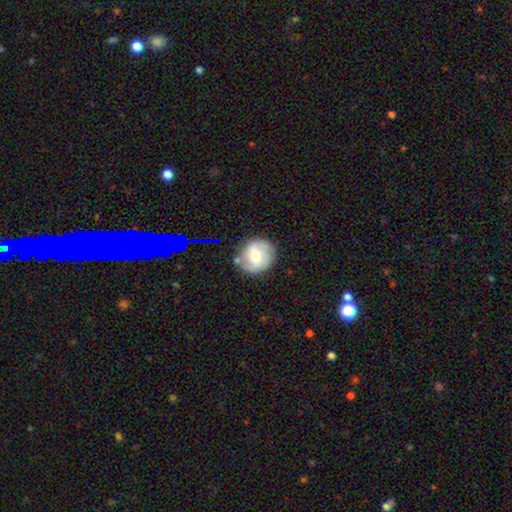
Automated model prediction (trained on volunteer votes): This appears to be a featured or disk galaxy (48%). Merging: none (71%).